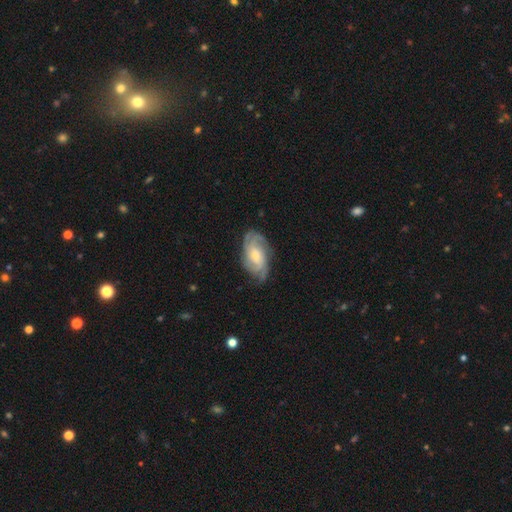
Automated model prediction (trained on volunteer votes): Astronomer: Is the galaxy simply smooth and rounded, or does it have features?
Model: featured or disk — 82%.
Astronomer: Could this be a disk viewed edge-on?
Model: no — 96%.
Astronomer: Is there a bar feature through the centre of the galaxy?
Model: no — 58% (runner-up: weak, 35%).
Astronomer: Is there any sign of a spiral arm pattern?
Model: yes — 96%.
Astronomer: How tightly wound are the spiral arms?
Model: tight — 53% (runner-up: medium, 37%).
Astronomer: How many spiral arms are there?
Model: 3 — 29% (runner-up: can't tell, 24%).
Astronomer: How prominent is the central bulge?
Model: moderate — 47% (runner-up: small, 46%).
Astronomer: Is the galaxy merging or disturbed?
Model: none — 75%.